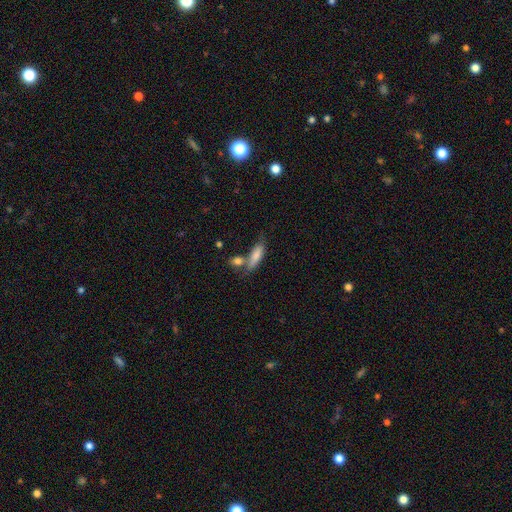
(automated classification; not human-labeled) Q: Smooth or featured?
A: smooth (78%); runner-up: featured or disk (15%)
Q: How rounded?
A: cigar-shaped (54%); runner-up: in between (43%)
Q: Merging?
A: none (48%); runner-up: merger (27%)